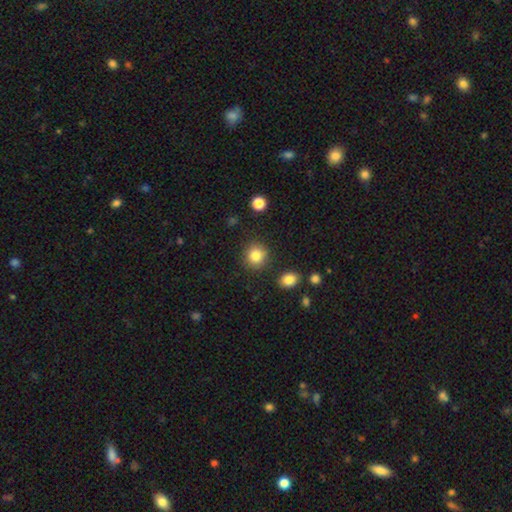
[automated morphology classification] A smooth galaxy with no disk features (84%) that is round (89%). Merging: none (87%).